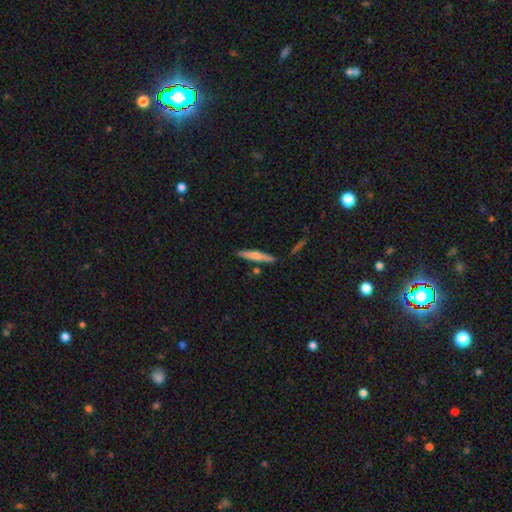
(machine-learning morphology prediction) Smooth or featured?
  - smooth: 55% *
  - featured or disk: 39%
  - star or artifact: 6%
How rounded?
  - cigar-shaped: 88% *
  - in between: 10%
  - round: 2%
Merging?
  - none: 83% *
  - minor disturbance: 10%
  - merger: 5%
  - major disturbance: 2%